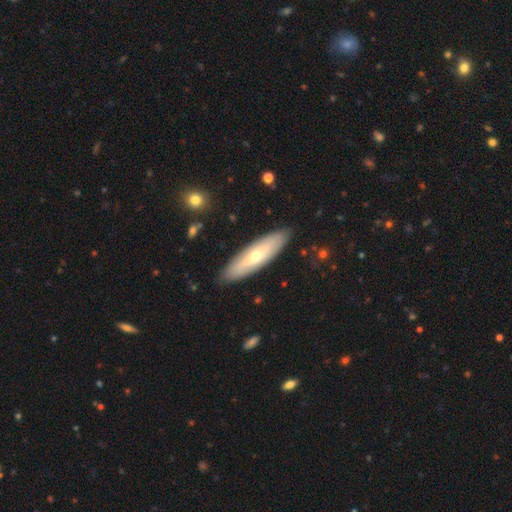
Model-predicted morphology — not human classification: Smooth or featured? Predicted: smooth (p=0.48). Merging? Predicted: none (p=0.88).